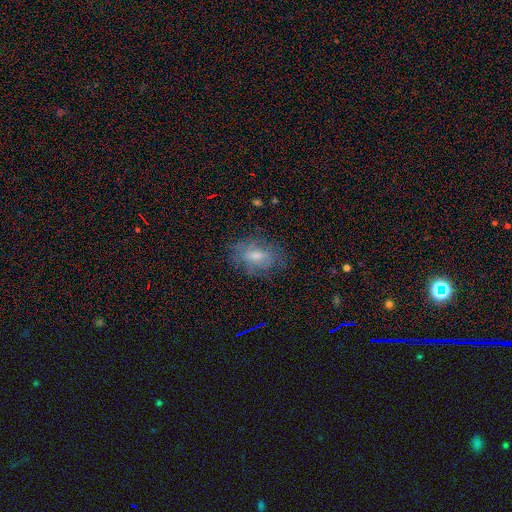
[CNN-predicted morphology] smooth-or-featured: smooth: 46% | featured or disk: 41% | star or artifact: 13%
  merging: none: 66% | minor disturbance: 21% | major disturbance: 12% | merger: 2%